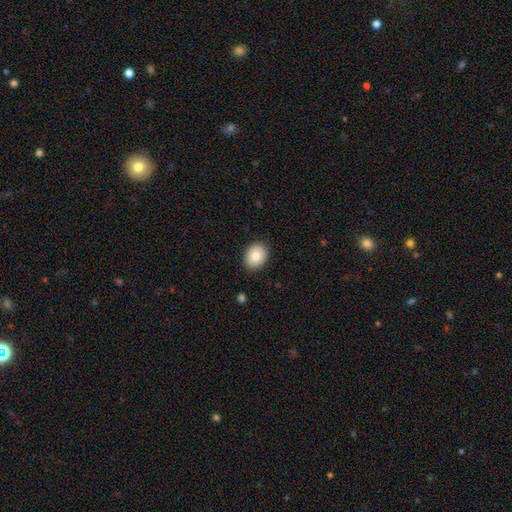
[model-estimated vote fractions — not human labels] The model was most divided on "how rounded": in between: 57%, round: 42%, cigar-shaped: 1%. More confident: merging — none (89%); smooth or featured — smooth (84%).